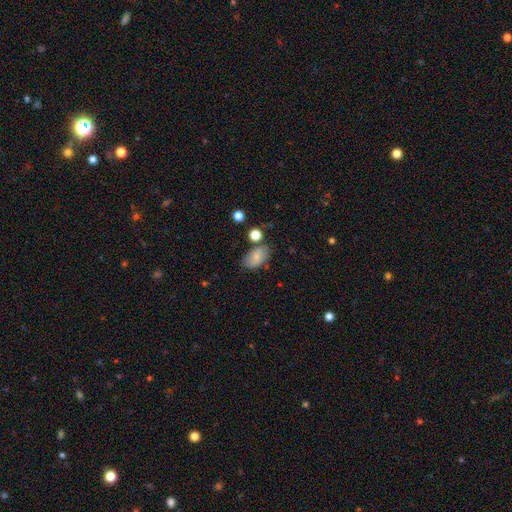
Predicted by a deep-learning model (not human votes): This appears to be a smooth galaxy with no disk features (76%) that is in between round and cigar-shaped (91%). Merging: none (66%).